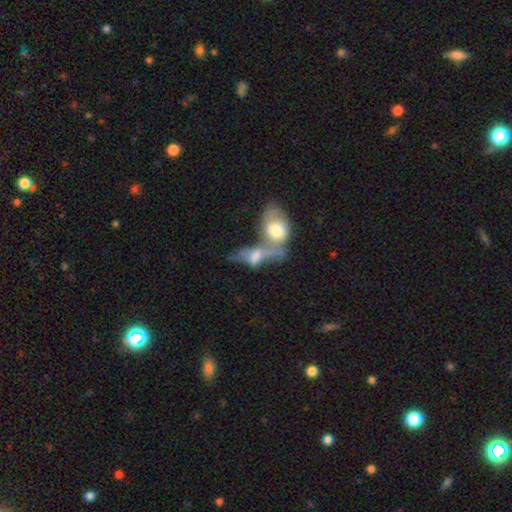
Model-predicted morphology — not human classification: Smooth or featured? Predicted: smooth (p=0.48). Merging? Predicted: merger (p=0.70).